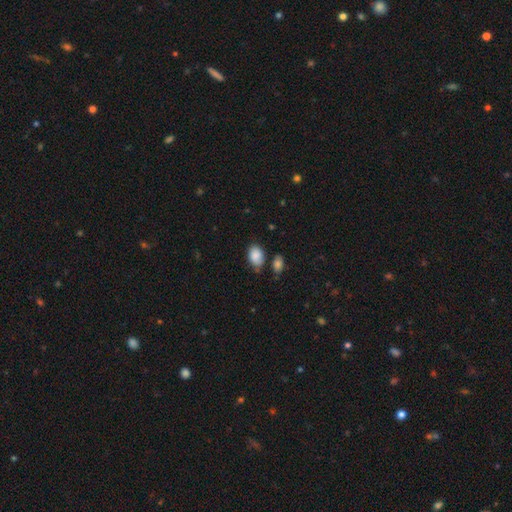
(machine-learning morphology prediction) Smooth or featured? Predicted: smooth (p=0.87). How rounded? Predicted: in between (p=0.79). Merging? Predicted: none (p=0.63).